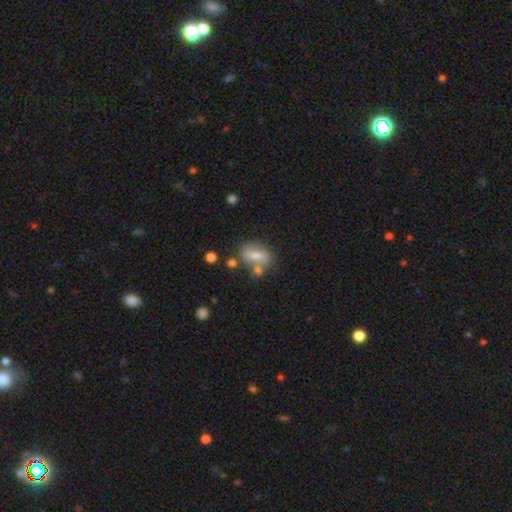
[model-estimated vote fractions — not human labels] Smooth or featured? smooth (65%)
How rounded? in between (80%)
Merging? none (55%)